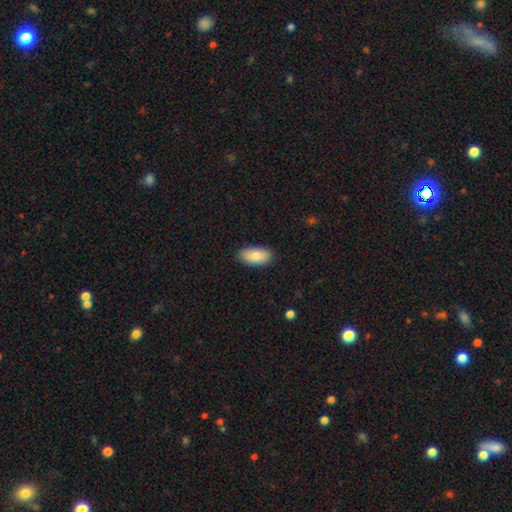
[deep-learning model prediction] Smooth or featured? smooth (81%)
How rounded? in between (93%)
Merging? none (88%)